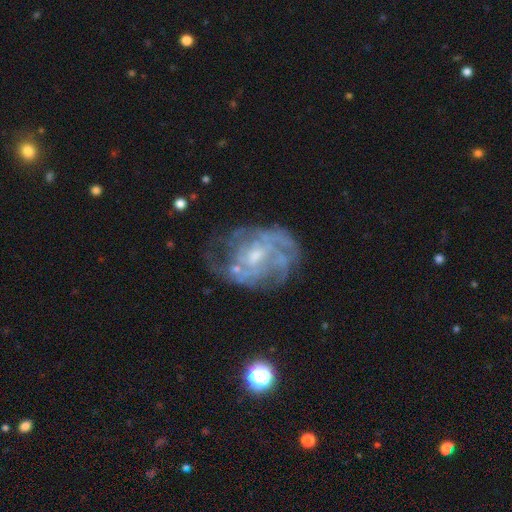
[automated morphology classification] type=featured or disk (81%); edge-on=no (97%); bar=no (56%); spiral arms=yes (81%); winding=tight (48%); arm count=can't tell (48%); bulge=small (53%); merging=none (58%).